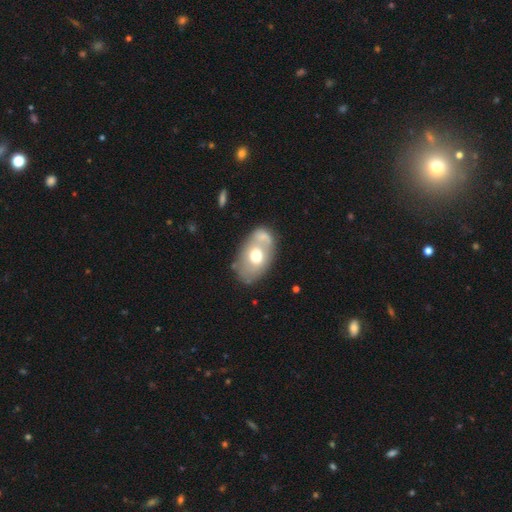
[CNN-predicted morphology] Smooth or featured: smooth — 56% (featured or disk — 36%)
How rounded: in between — 84% (round — 14%)
Merging: none — 50% (merger — 24%)